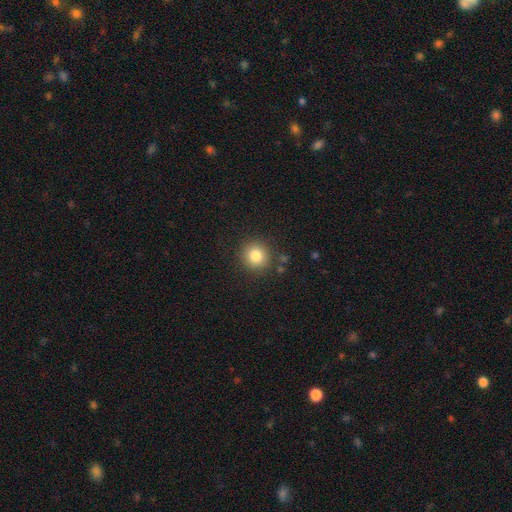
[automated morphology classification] Smooth or featured: smooth — 83% (star or artifact — 11%)
How rounded: round — 92% (in between — 7%)
Merging: none — 87% (minor disturbance — 8%)